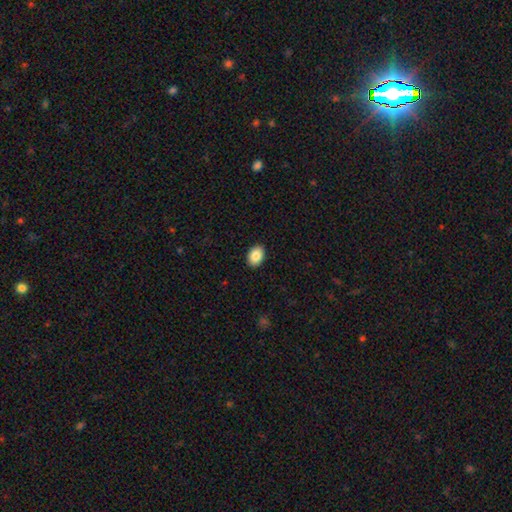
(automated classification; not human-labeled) Smooth or featured: smooth — 88% (star or artifact — 7%)
How rounded: in between — 80% (round — 19%)
Merging: none — 90% (minor disturbance — 7%)